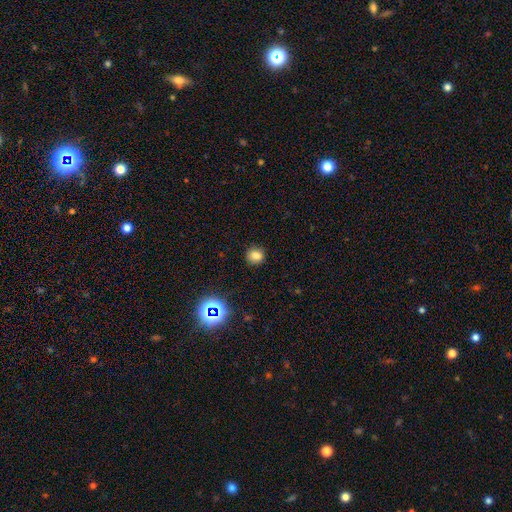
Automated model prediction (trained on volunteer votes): This appears to be a smooth galaxy with no disk features (77%) that is round (78%). Merging: none (87%).